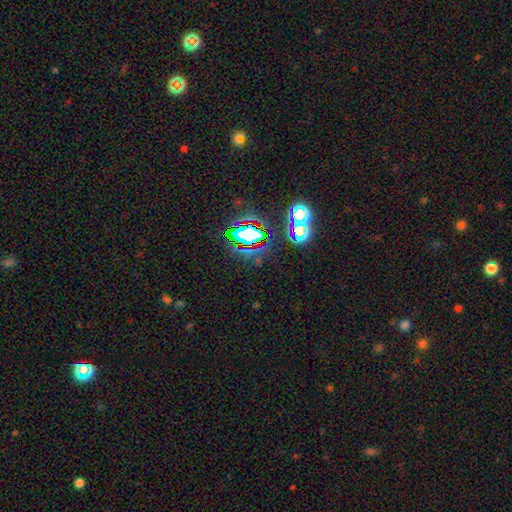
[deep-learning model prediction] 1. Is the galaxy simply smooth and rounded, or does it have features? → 76% star or artifact, 15% smooth, 9% featured or disk.